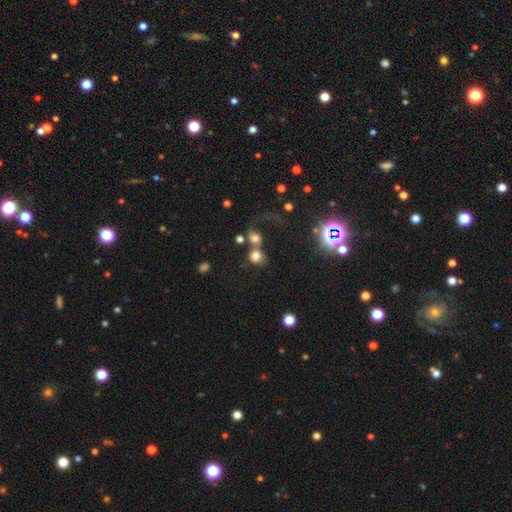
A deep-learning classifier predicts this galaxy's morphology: A smooth galaxy with no disk features (73%) that is round (82%).

Vote fractions:
- Smooth or featured? smooth: 73% / star or artifact: 16% / featured or disk: 11%
- How rounded? round: 82% / in between: 17% / cigar-shaped: 1%
- Merging? merger: 41% / none: 40% / major disturbance: 10% / minor disturbance: 8%